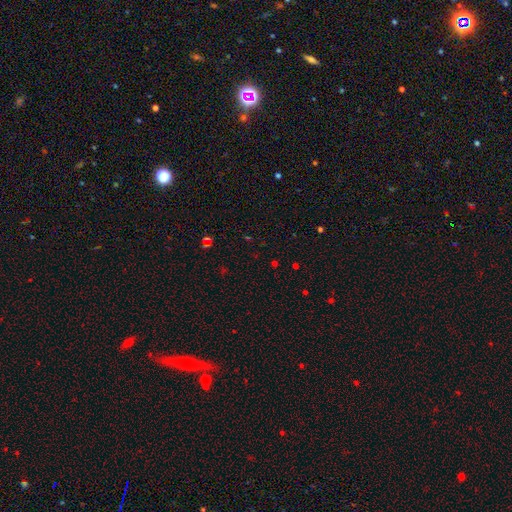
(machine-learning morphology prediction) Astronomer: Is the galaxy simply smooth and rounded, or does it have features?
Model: star or artifact — 63%.